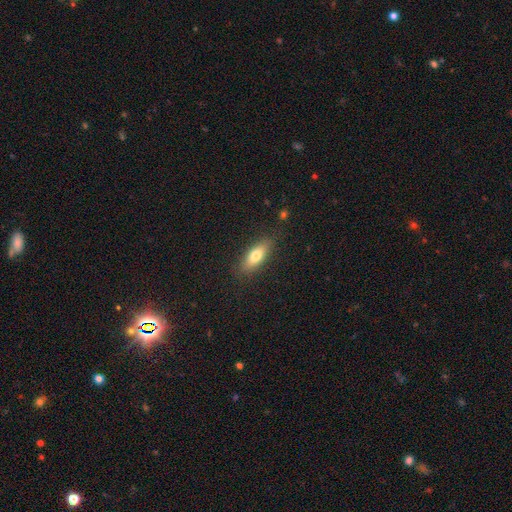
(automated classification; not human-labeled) smooth_or_featured: smooth (p=0.72) [alt: featured or disk p=0.21]
how_rounded: in between (p=0.65) [alt: cigar-shaped p=0.33]
merging: none (p=0.85) [alt: minor disturbance p=0.11]